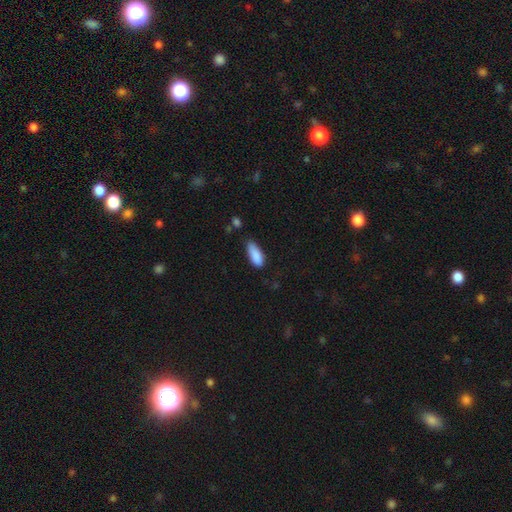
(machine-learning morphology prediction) This is clearly a smooth galaxy (88%). How rounded: likely in between (76%). Merging: possibly none (58%).